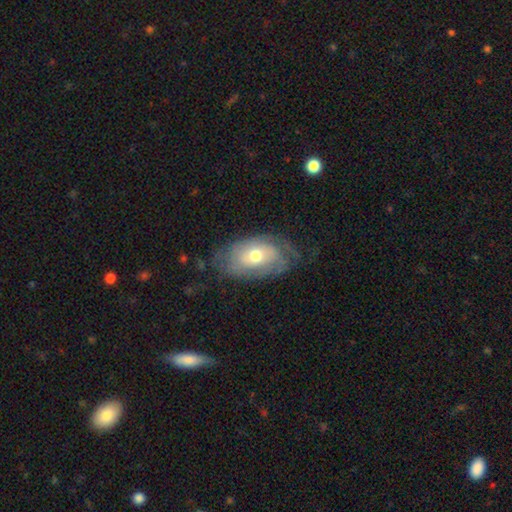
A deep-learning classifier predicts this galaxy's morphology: Smooth or featured: featured or disk — 49% (smooth — 43%)
Merging: none — 61% (minor disturbance — 25%)